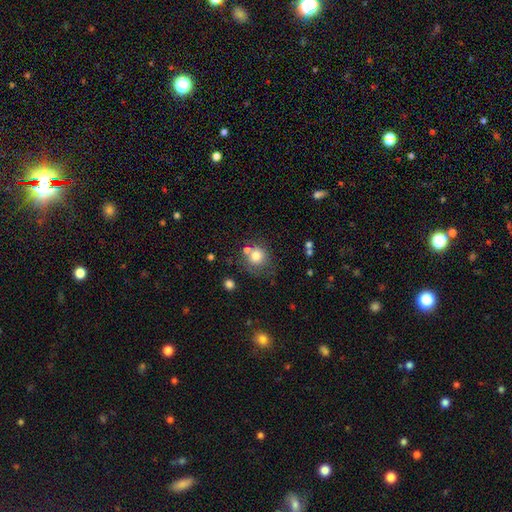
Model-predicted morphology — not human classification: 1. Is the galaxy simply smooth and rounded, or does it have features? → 76% smooth, 12% featured or disk, 11% star or artifact.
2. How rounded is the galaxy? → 86% round, 13% in between, 1% cigar-shaped.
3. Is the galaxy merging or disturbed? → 62% none, 17% merger, 15% minor disturbance, 6% major disturbance.